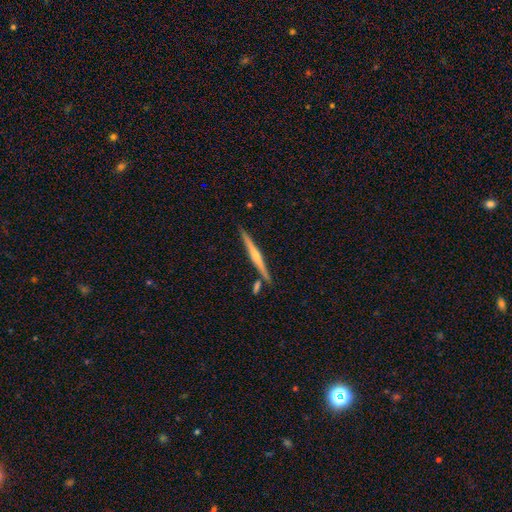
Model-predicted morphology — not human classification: type=featured or disk (62%); edge-on=yes (98%); edge-on bulge=rounded (52%); merging=none (83%).